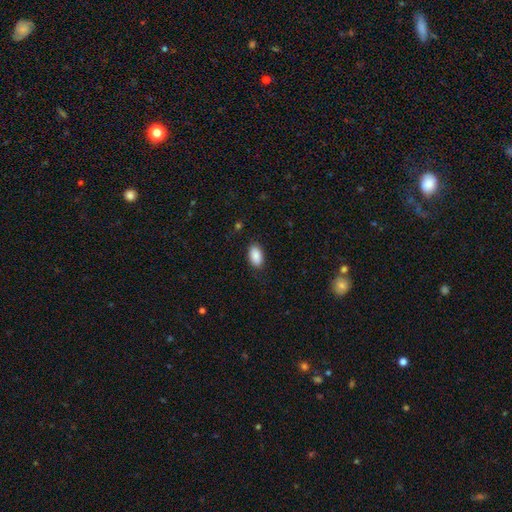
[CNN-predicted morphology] A smooth galaxy with no disk features (89%) that is in between round and cigar-shaped (94%).

Vote fractions:
- Smooth or featured? smooth: 89% / star or artifact: 7% / featured or disk: 4%
- How rounded? in between: 94% / round: 4% / cigar-shaped: 2%
- Merging? none: 85% / minor disturbance: 11% / major disturbance: 3% / merger: 1%